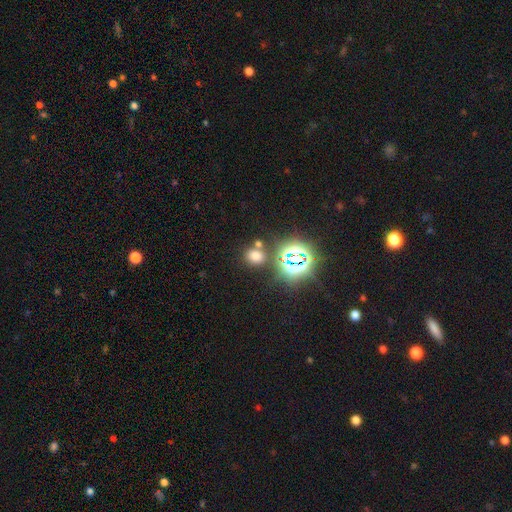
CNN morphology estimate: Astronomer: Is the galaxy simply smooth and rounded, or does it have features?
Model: smooth — 61%.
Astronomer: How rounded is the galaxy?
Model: round — 68%.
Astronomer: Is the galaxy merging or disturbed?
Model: none — 73%.